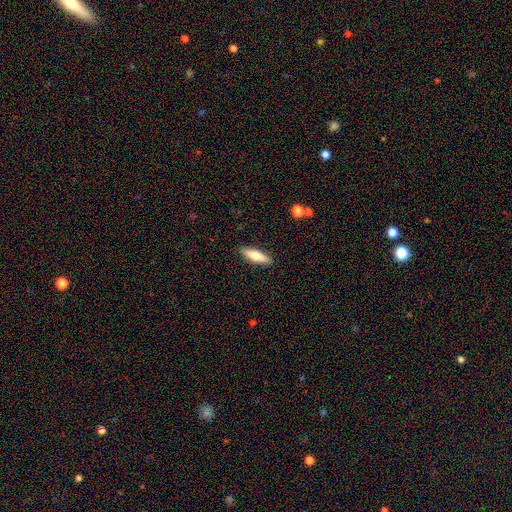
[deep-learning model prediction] Smooth or featured: smooth — 72% (featured or disk — 22%)
How rounded: cigar-shaped — 62% (in between — 36%)
Merging: none — 90% (minor disturbance — 8%)